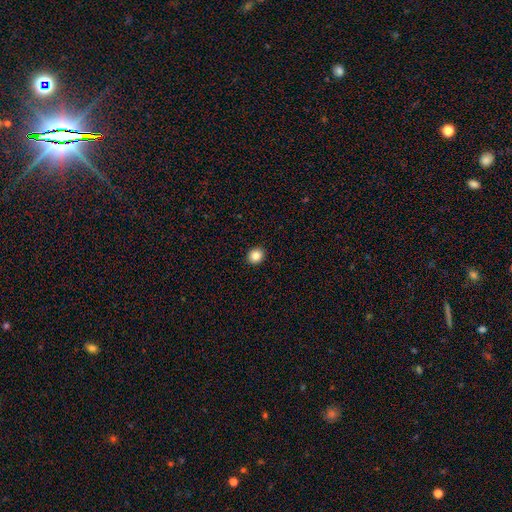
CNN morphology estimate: smooth_or_featured: smooth (p=0.86) [alt: star or artifact p=0.10]
how_rounded: round (p=0.75) [alt: in between p=0.25]
merging: none (p=0.93) [alt: minor disturbance p=0.05]